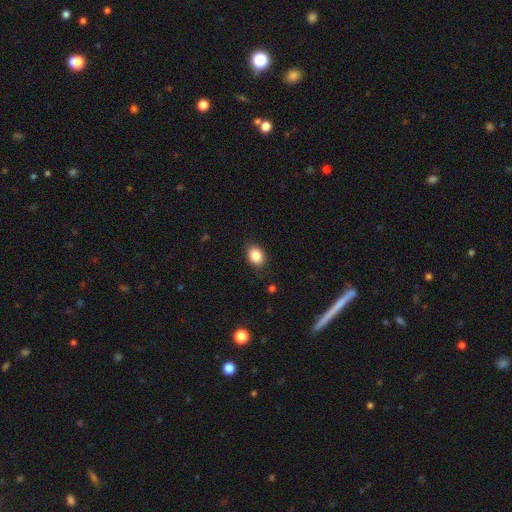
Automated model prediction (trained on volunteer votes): The model was most divided on "how rounded": in between: 66%, round: 33%, cigar-shaped: 1%. More confident: smooth or featured — smooth (86%); merging — none (86%).